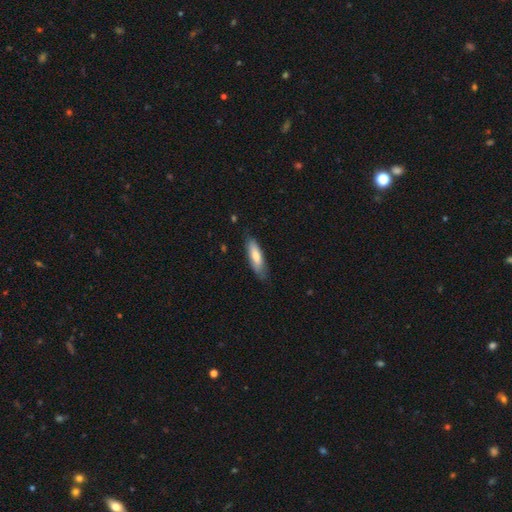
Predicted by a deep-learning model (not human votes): A smooth galaxy with no disk features (73%) that is cigar-shaped (58%). Merging: none (78%).